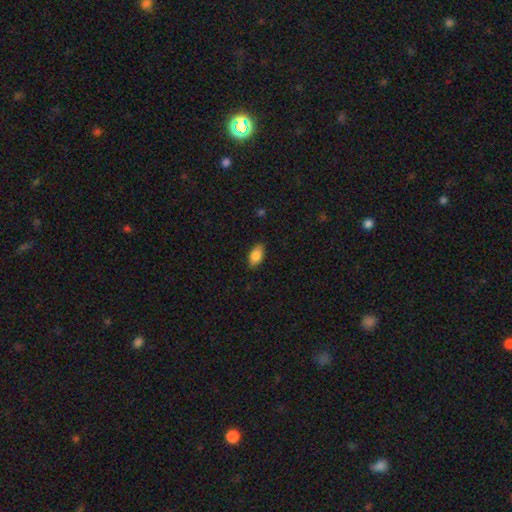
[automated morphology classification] smooth-or-featured: smooth: 84% | featured or disk: 8% | star or artifact: 7%
  how-rounded: in between: 91% | cigar-shaped: 5% | round: 4%
  merging: none: 86% | minor disturbance: 11% | major disturbance: 2% | merger: 1%